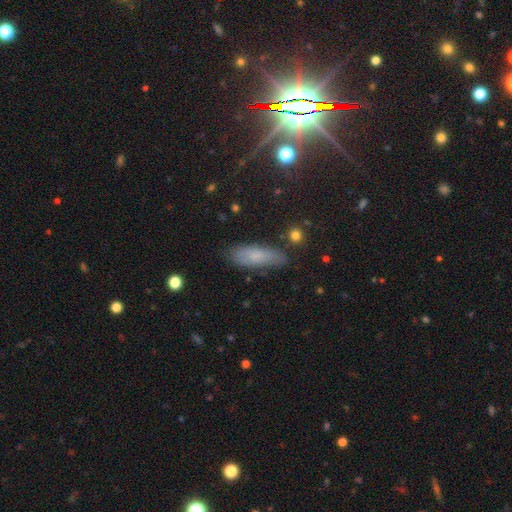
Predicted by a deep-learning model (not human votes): This is likely a smooth galaxy (69%). How rounded: possibly in between (58%). Merging: likely none (78%).